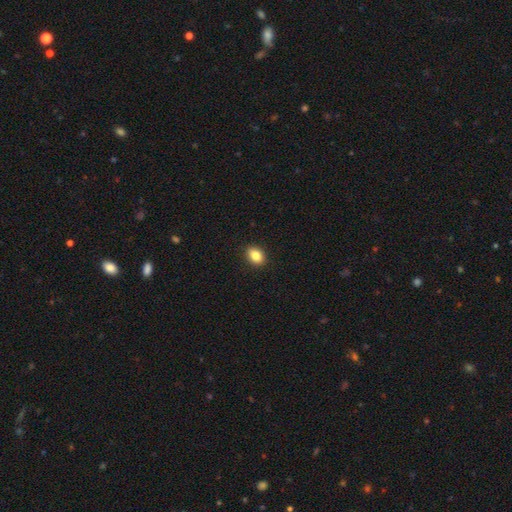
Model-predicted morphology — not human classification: This appears to be a smooth galaxy with no disk features (85%) that is in between round and cigar-shaped (72%). Merging: none (91%).